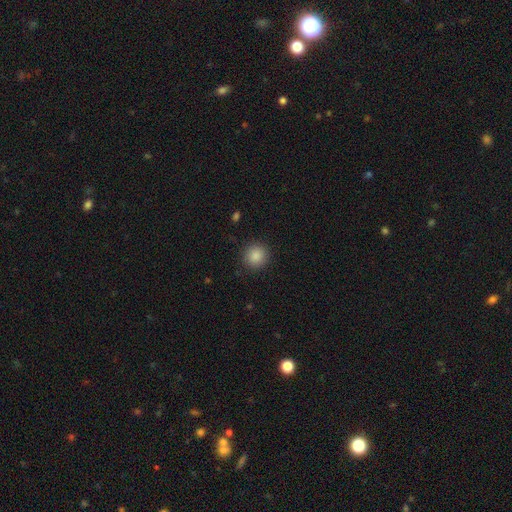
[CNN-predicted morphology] Smooth or featured? Predicted: smooth (p=0.87). How rounded? Predicted: round (p=0.90). Merging? Predicted: none (p=0.90).